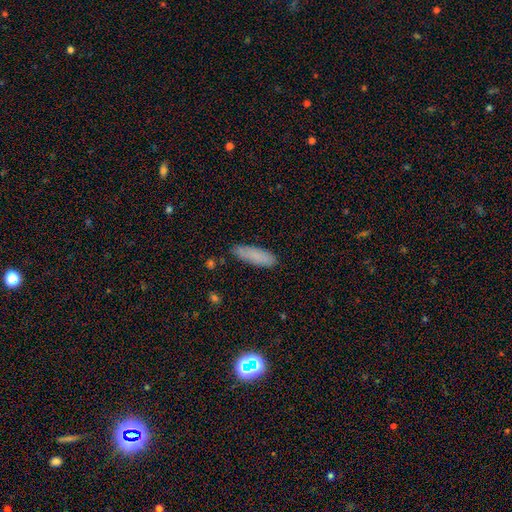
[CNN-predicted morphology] Smooth or featured: smooth — 84% (featured or disk — 9%)
How rounded: cigar-shaped — 57% (in between — 41%)
Merging: none — 81% (minor disturbance — 15%)